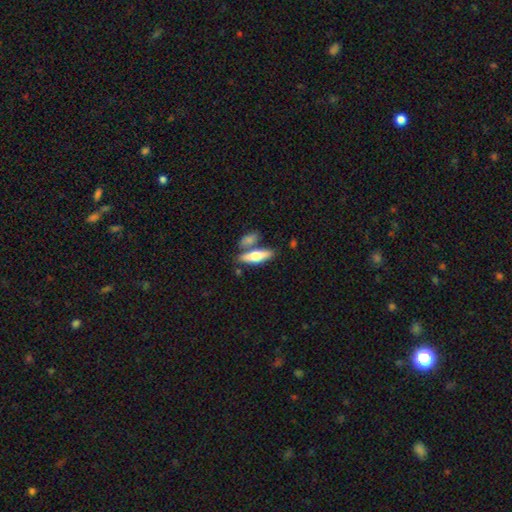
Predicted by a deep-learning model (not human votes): smooth_or_featured: smooth (p=0.61) [alt: featured or disk p=0.33]
how_rounded: cigar-shaped (p=0.49) [alt: in between p=0.48]
merging: none (p=0.63) [alt: merger p=0.22]